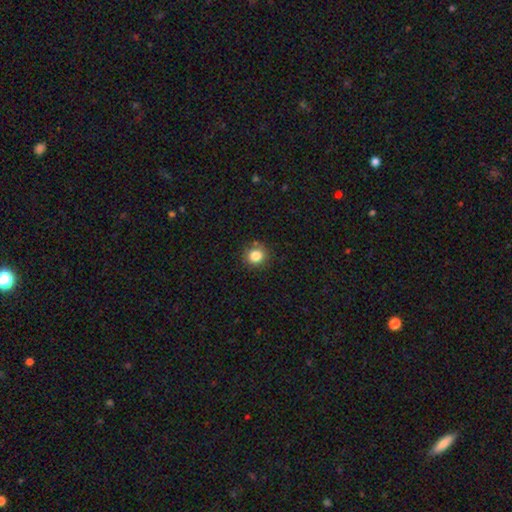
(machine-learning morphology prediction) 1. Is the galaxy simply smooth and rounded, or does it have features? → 83% smooth, 11% star or artifact, 5% featured or disk.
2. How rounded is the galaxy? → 87% round, 12% in between, 1% cigar-shaped.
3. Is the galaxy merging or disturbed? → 84% none, 10% minor disturbance, 4% merger, 3% major disturbance.